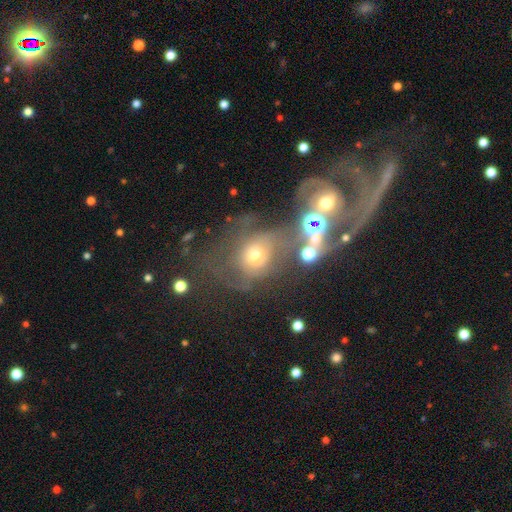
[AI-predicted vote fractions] A smooth galaxy with no disk features (42%).

Vote fractions:
- Smooth or featured? smooth: 42% / featured or disk: 34% / star or artifact: 24%
- Merging? none: 31% / major disturbance: 28% / merger: 25% / minor disturbance: 15%